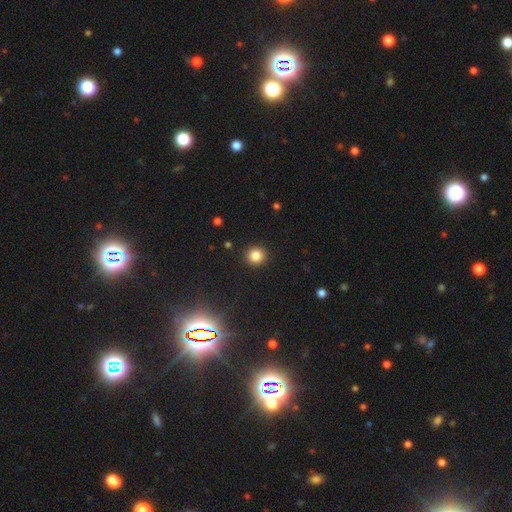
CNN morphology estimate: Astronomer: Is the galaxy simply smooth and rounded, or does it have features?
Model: smooth — 83%.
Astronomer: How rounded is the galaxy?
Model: round — 91%.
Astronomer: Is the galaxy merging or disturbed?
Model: none — 92%.